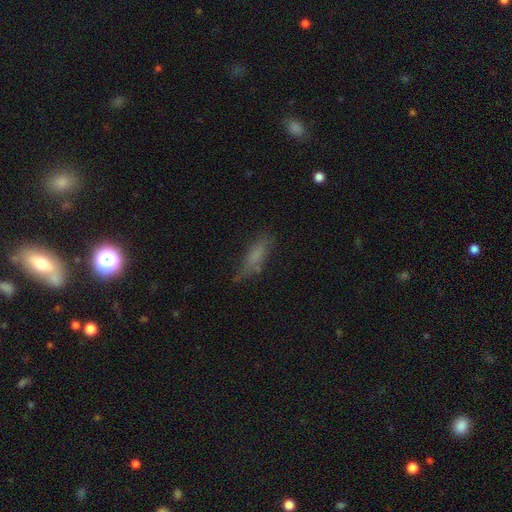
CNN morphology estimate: A smooth galaxy with no disk features (69%) that is cigar-shaped (54%). Merging: none (63%).